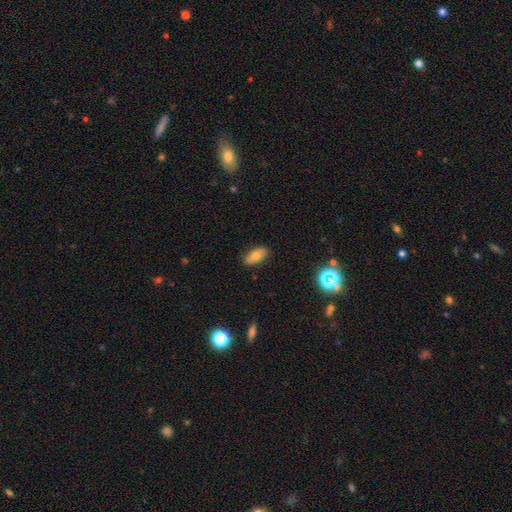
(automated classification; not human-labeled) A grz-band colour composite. It shows a smooth galaxy with no disk features (71%) that is in between round and cigar-shaped (91%). Merging: none (87%).